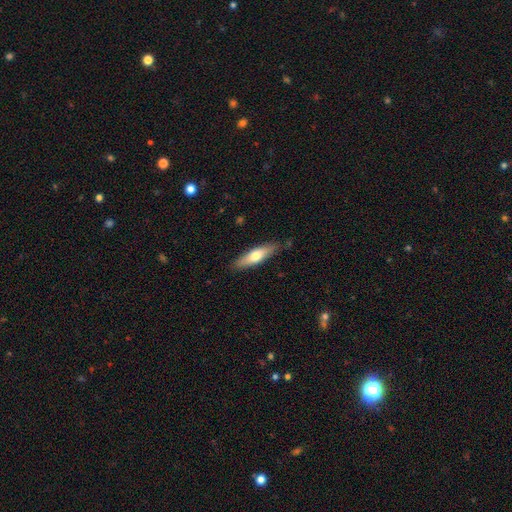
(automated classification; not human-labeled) A smooth galaxy with no disk features (61%) that is cigar-shaped (62%). Merging: none (82%).